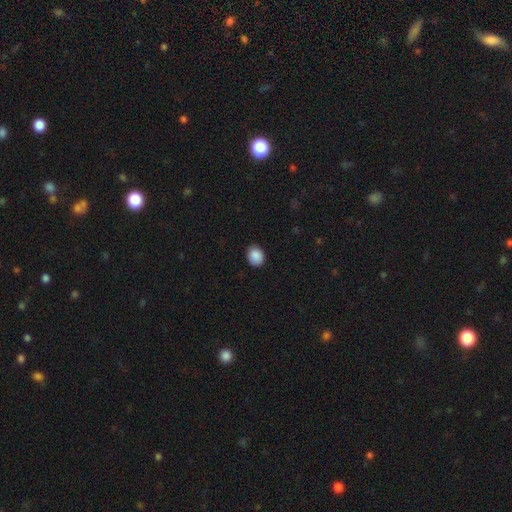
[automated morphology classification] A smooth galaxy with no disk features (89%) that is round (60%). Merging: none (86%).